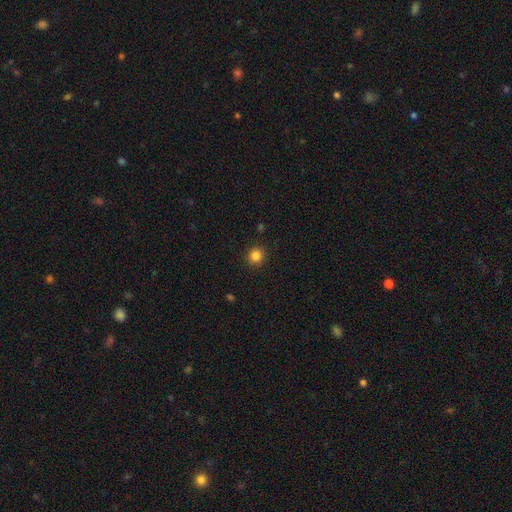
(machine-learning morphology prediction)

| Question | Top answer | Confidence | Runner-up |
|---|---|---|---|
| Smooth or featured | smooth | 85% | star or artifact (12%) |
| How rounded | round | 91% | in between (8%) |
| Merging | none | 91% | minor disturbance (6%) |